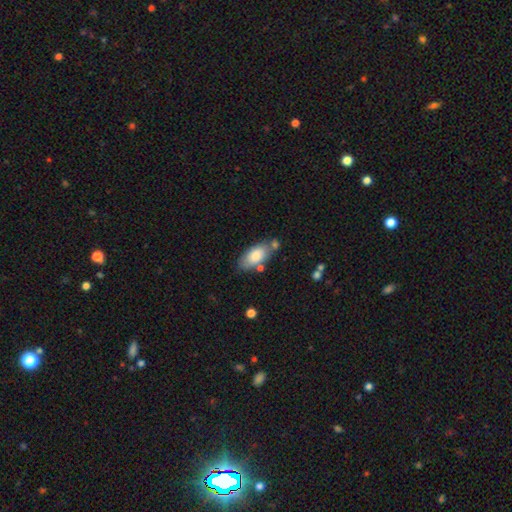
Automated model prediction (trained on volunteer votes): smooth-or-featured: smooth: 78% | featured or disk: 15% | star or artifact: 6%
  how-rounded: in between: 91% | cigar-shaped: 6% | round: 3%
  merging: none: 66% | minor disturbance: 18% | merger: 12% | major disturbance: 4%